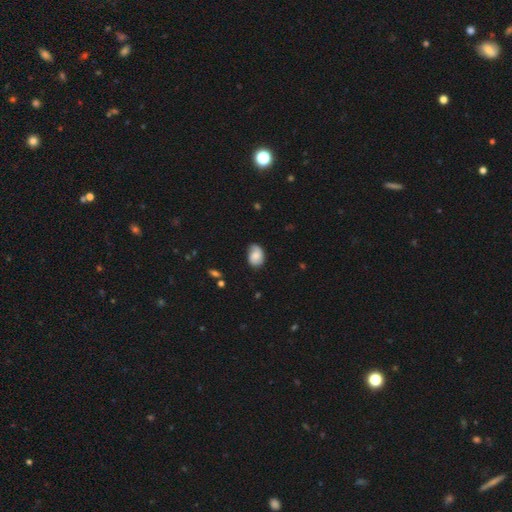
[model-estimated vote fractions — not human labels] smooth-or-featured: smooth: 61% | featured or disk: 31% | star or artifact: 8%
  how-rounded: in between: 71% | round: 28% | cigar-shaped: 1%
  merging: none: 64% | minor disturbance: 27% | major disturbance: 7% | merger: 2%